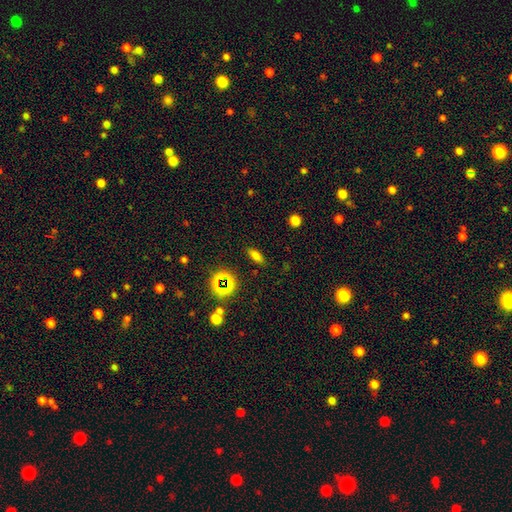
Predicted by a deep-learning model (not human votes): The model was most divided on "how rounded": in between: 71%, cigar-shaped: 22%, round: 7%. More confident: merging — none (85%); smooth or featured — smooth (72%).